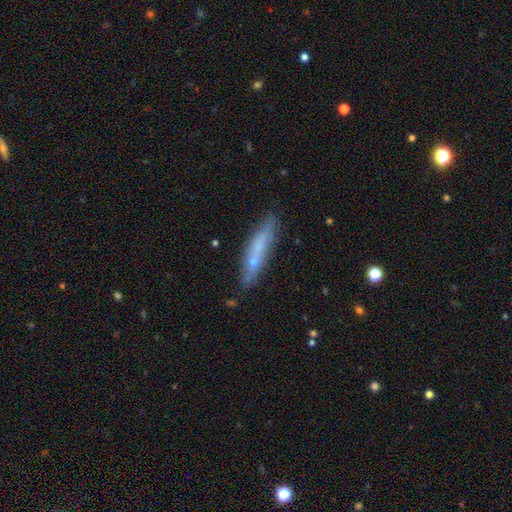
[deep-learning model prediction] Smooth or featured?
  - smooth: 49% *
  - featured or disk: 43%
  - star or artifact: 9%
Merging?
  - none: 74% *
  - minor disturbance: 17%
  - merger: 5%
  - major disturbance: 4%